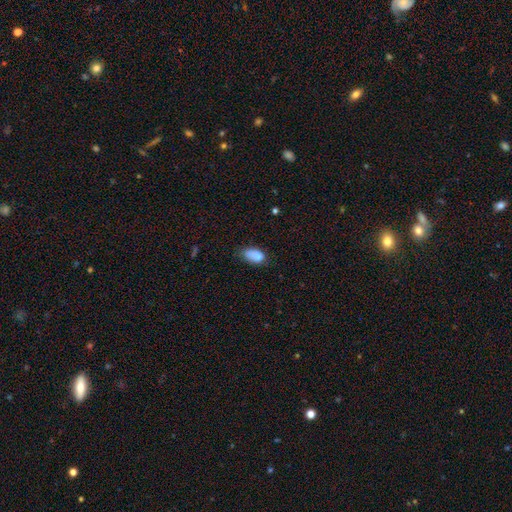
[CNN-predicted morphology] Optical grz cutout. It shows a smooth galaxy with no disk features (77%) that is in between round and cigar-shaped (90%). Merging: none (46%).